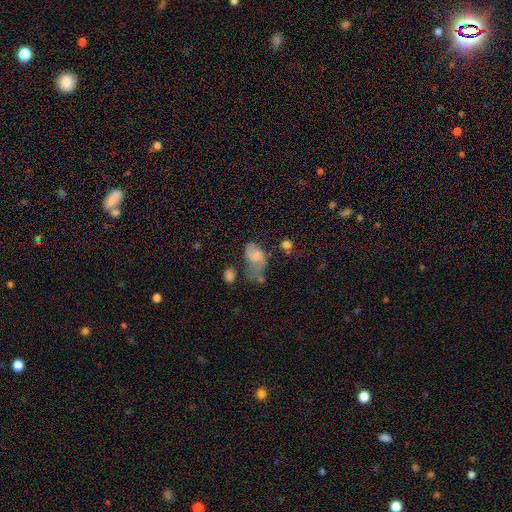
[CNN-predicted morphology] type=smooth (52%); roundness=in between (85%); merging=minor disturbance (29%, tied with major disturbance).